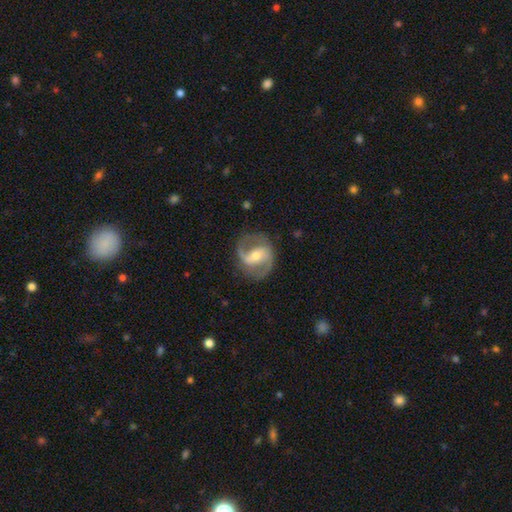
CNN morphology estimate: A featured or disk galaxy (86%) with a weak bar (42%), 2 (90%) medium (53%) spiral arms (95%) and a moderate central bulge (53%).

Vote fractions:
- Smooth or featured? featured or disk: 86% / smooth: 9% / star or artifact: 5%
- Edge-on disk? no: 97% / yes: 3%
- Bar? weak: 42% / strong: 35% / no: 23%
- Spiral arms? yes: 95% / no: 5%
- Spiral winding? medium: 53% / loose: 30% / tight: 17%
- Spiral arm count? 2: 90% / can't tell: 3% / 1: 3% / 3: 1% / 4: 1% / more than 4: 1%
- Bulge size? moderate: 53% / small: 41% / large: 3% / none: 2% / dominant: 1%
- Merging? none: 78% / minor disturbance: 14% / major disturbance: 7% / merger: 1%